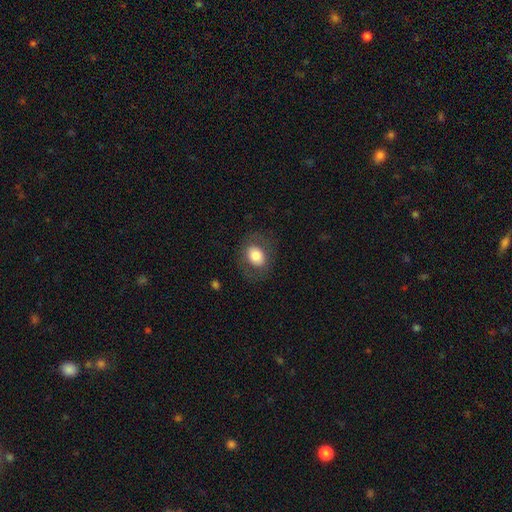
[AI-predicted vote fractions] This appears to be a smooth galaxy with no disk features (75%) that is in between round and cigar-shaped (61%). Merging: none (78%).